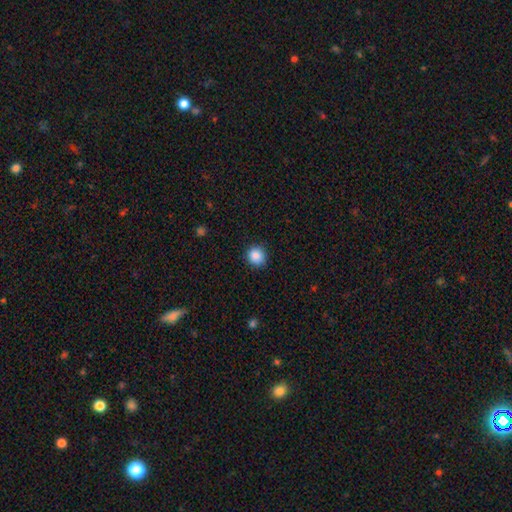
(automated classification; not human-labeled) smooth 87%, star or artifact 9%, featured or disk 4%. Down the decision tree: how rounded — round (88%); merging — none (88%).